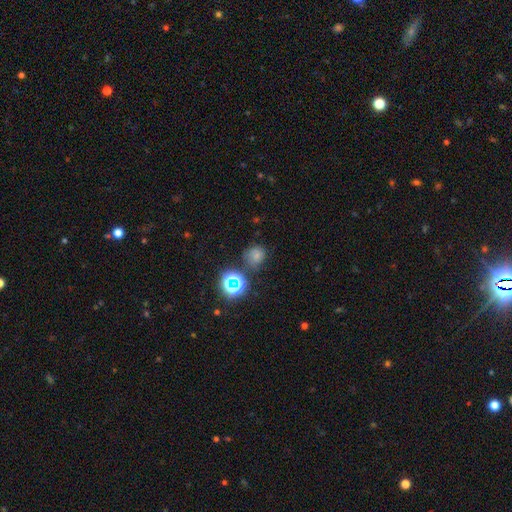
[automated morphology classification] type=smooth (56%); roundness=round (79%); merging=none (63%).